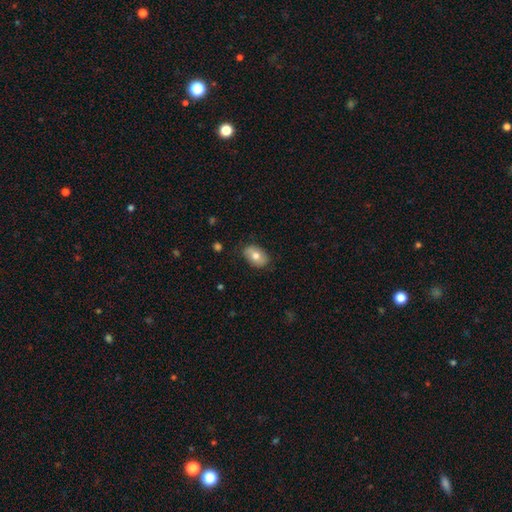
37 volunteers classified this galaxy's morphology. smooth-or-featured: smooth: 65% | featured or disk: 27% | star or artifact: 8%
  how-rounded: in between: 96% | round: 4% | cigar-shaped: 0%
  merging: none: 76% | minor disturbance: 18% | major disturbance: 6% | merger: 0%